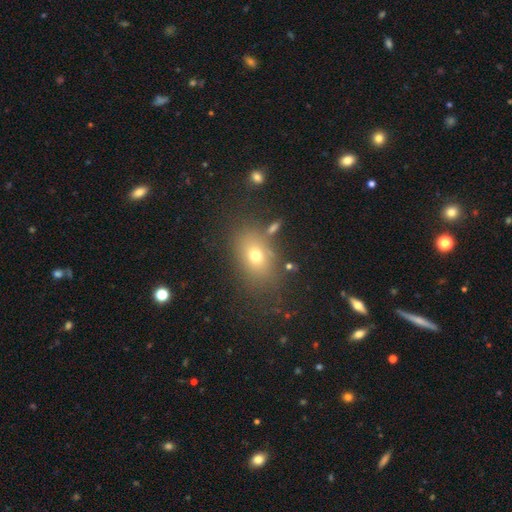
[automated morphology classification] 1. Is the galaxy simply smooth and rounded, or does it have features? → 68% smooth, 16% featured or disk, 16% star or artifact.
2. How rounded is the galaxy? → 73% in between, 25% round, 2% cigar-shaped.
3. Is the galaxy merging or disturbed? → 76% none, 13% minor disturbance, 6% major disturbance, 5% merger.